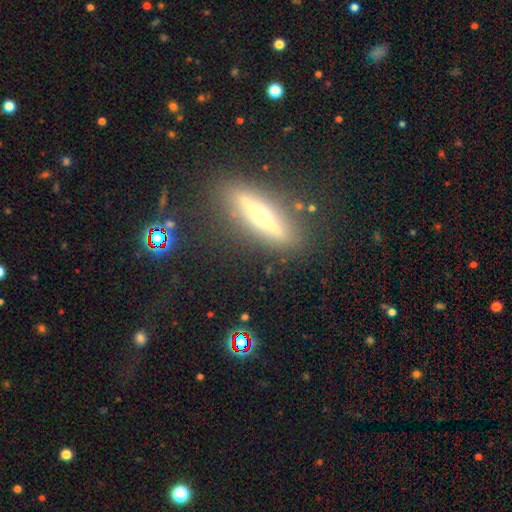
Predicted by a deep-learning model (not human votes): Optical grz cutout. It shows a featured or disk galaxy (60%) viewed edge-on (86%) with a rounded central bulge (80%). Merging: none (79%).